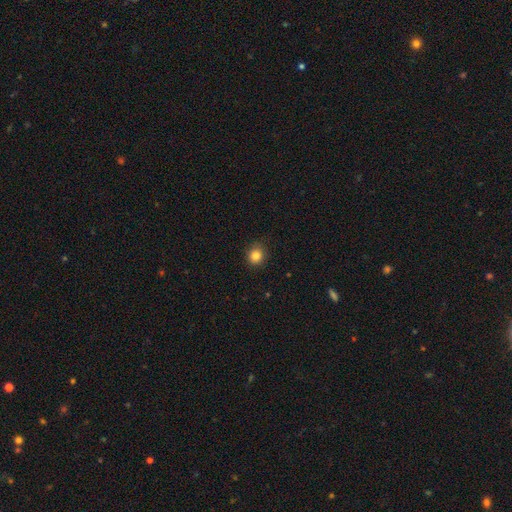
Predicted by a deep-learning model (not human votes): This appears to be a smooth galaxy with no disk features (84%) that is round (86%). Merging: none (89%).